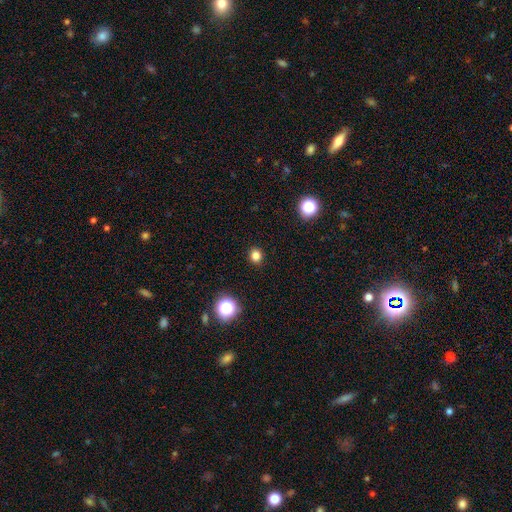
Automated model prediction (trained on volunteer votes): Smooth or featured? smooth (81%)
How rounded? round (81%)
Merging? none (92%)